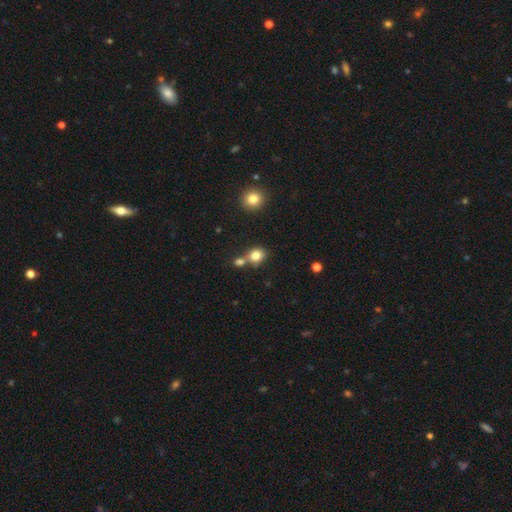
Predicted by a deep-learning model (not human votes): Q: Smooth or featured?
A: smooth (81%); runner-up: star or artifact (11%)
Q: How rounded?
A: round (64%); runner-up: in between (35%)
Q: Merging?
A: none (54%); runner-up: merger (32%)